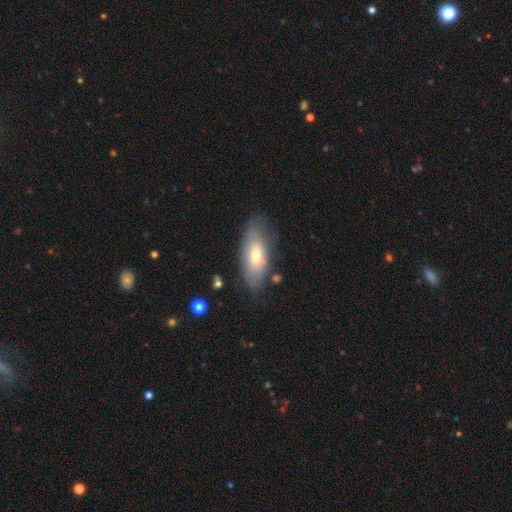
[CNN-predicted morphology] Overall: smooth (64%; featured or disk 30%). How rounded: in between (78%). Merging: none (72%).